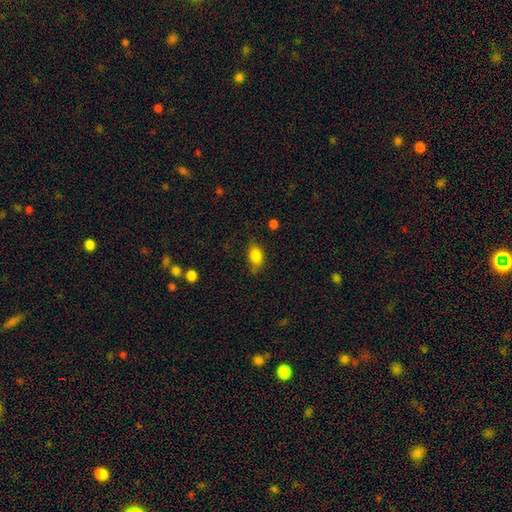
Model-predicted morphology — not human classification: Q: Smooth or featured?
A: smooth (83%); runner-up: star or artifact (9%)
Q: How rounded?
A: in between (83%); runner-up: round (14%)
Q: Merging?
A: none (65%); runner-up: minor disturbance (26%)